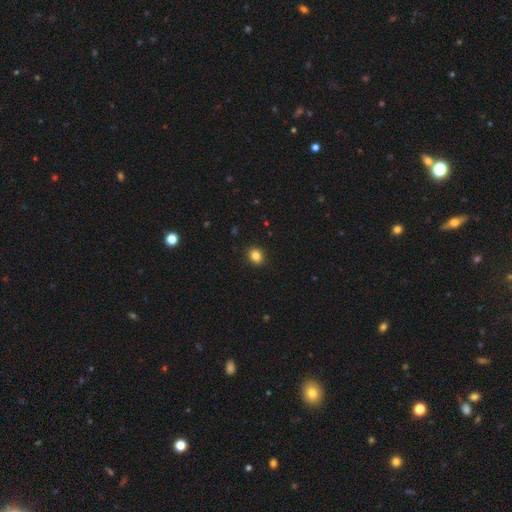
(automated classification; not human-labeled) This is clearly a smooth galaxy (84%). How rounded: likely round (65%). Merging: clearly none (91%).